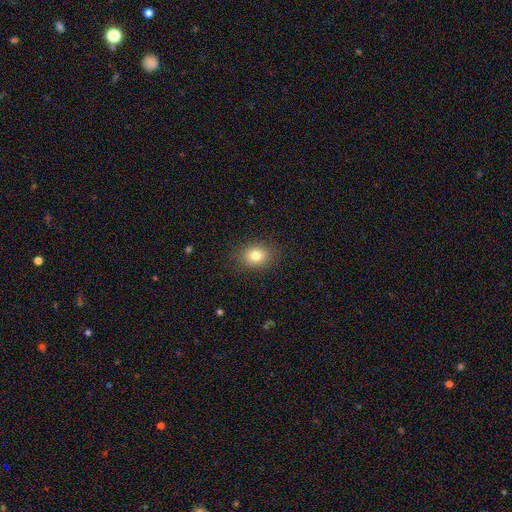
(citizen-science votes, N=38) Smooth or featured? 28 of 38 (74%) said smooth. How rounded? 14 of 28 (50%, tied with in between) said round. Merging? 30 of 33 (91%) said none.